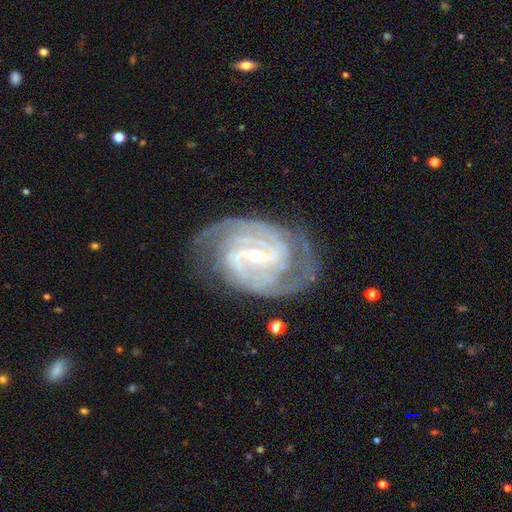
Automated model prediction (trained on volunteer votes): featured or disk 92%, star or artifact 5%, smooth 4%. Down the decision tree: edge-on disk — no (97%); bar — strong (49%); spiral arms — yes (98%); spiral arm count — 2 (43%); spiral winding — tight (62%); bulge size — small (66%); merging — none (75%).